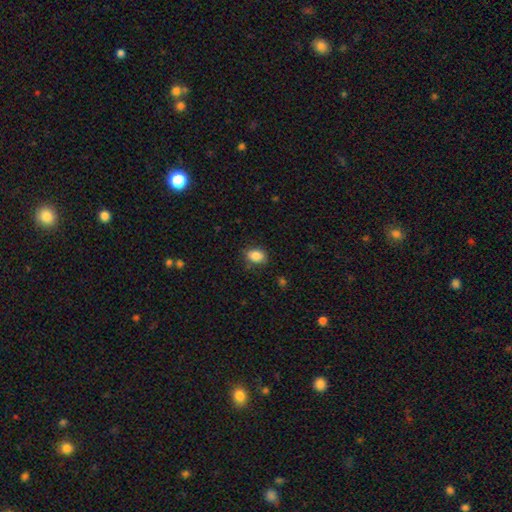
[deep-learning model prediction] Q: Smooth or featured?
A: smooth (86%); runner-up: star or artifact (9%)
Q: How rounded?
A: in between (70%); runner-up: round (29%)
Q: Merging?
A: none (80%); runner-up: minor disturbance (16%)